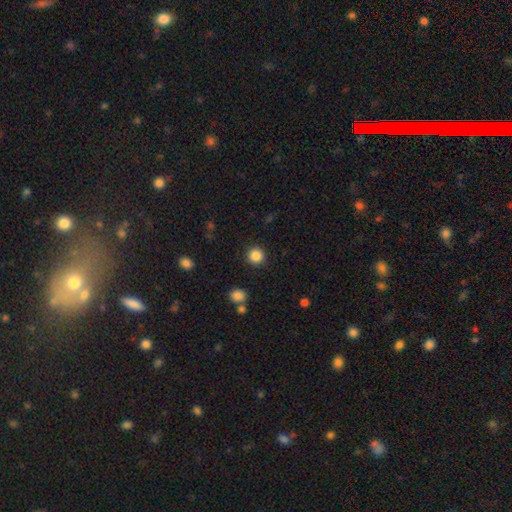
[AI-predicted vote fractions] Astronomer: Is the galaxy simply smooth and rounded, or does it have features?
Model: smooth — 86%.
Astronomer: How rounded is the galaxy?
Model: round — 95%.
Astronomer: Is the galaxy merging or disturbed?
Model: none — 91%.